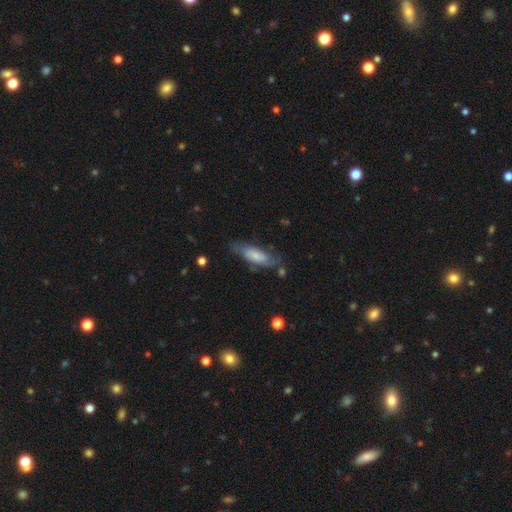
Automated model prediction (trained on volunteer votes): Overall: smooth (50%; featured or disk 43%). How rounded: in between (68%; cigar-shaped 30%). Merging: none (61%; minor disturbance 25%).